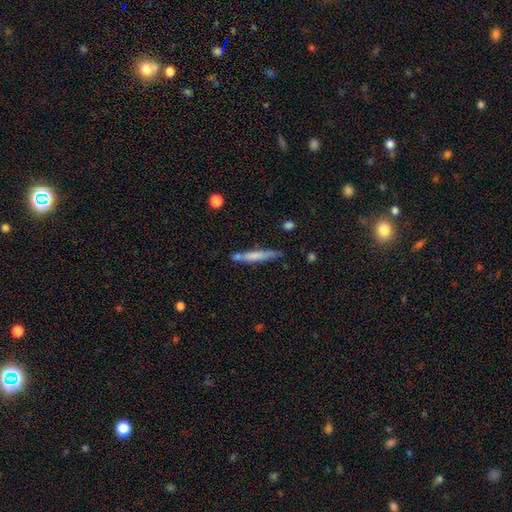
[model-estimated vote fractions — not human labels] This appears to be a smooth galaxy with no disk features (63%) that is cigar-shaped (92%). Merging: none (67%).